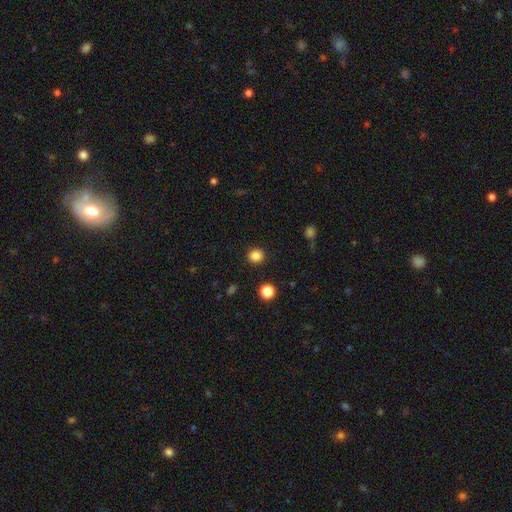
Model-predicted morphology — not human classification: This is clearly a smooth galaxy (85%). How rounded: clearly round (89%). Merging: clearly none (92%).